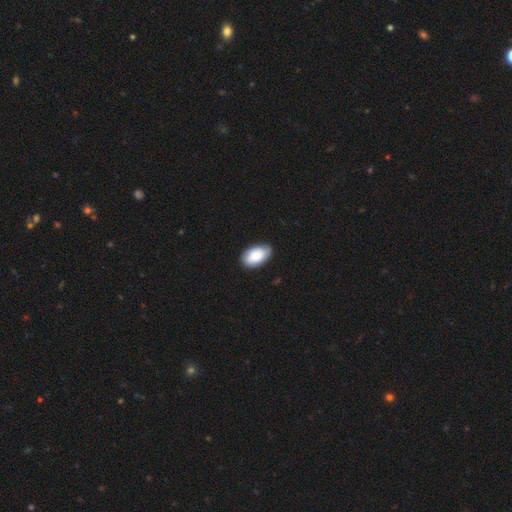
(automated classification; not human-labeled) This appears to be a smooth galaxy with no disk features (84%) that is in between round and cigar-shaped (95%). Merging: none (80%).